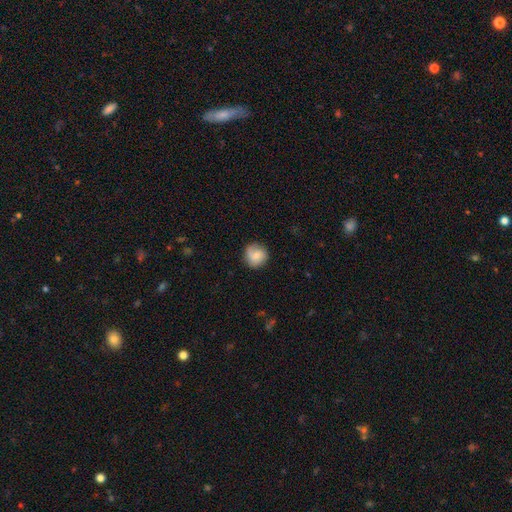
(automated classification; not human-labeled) Smooth or featured: smooth — 66% (featured or disk — 27%)
How rounded: round — 89% (in between — 10%)
Merging: none — 77% (minor disturbance — 17%)